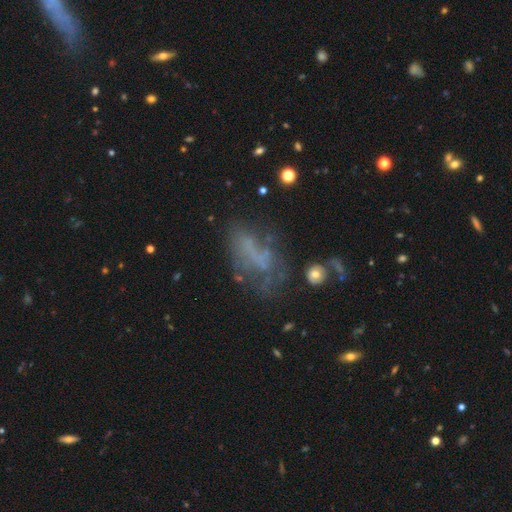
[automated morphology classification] smooth_or_featured: featured or disk (p=0.44) [alt: smooth p=0.34]
merging: major disturbance (p=0.36) [alt: none p=0.33]